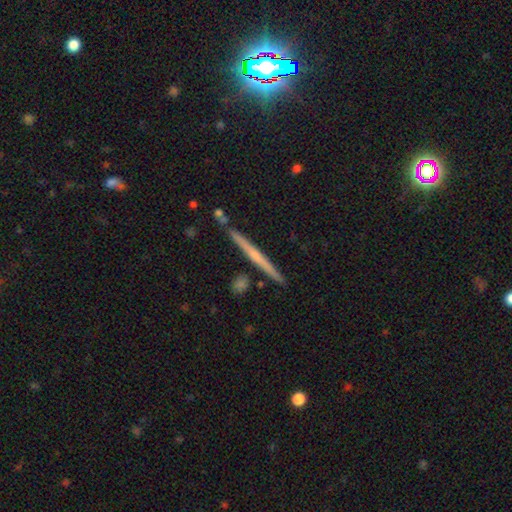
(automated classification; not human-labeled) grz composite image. It shows a featured or disk galaxy (56%) viewed edge-on (98%) with no central bulge (71%). Merging: none (87%).